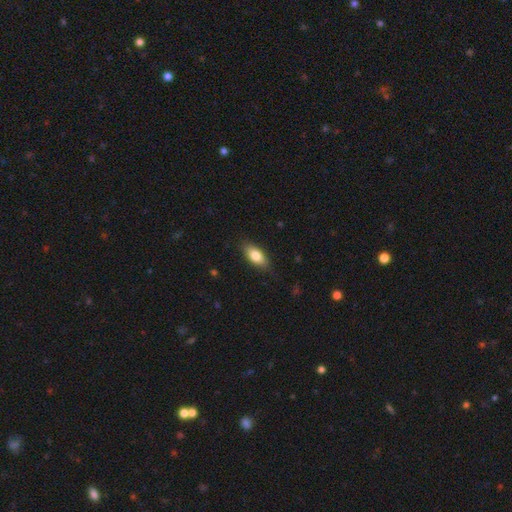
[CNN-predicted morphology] A smooth galaxy with no disk features (80%) that is in between round and cigar-shaped (85%). Merging: none (83%).